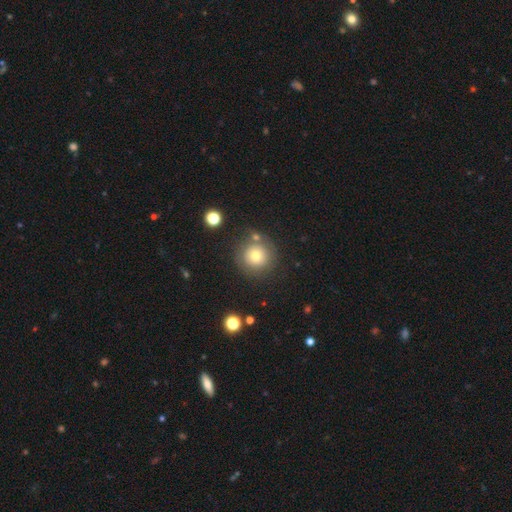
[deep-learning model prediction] smooth 73%, featured or disk 16%, star or artifact 12%. Down the decision tree: how rounded — round (95%); merging — none (77%).